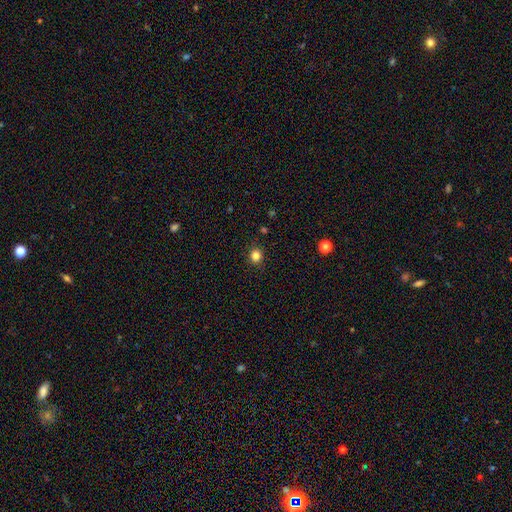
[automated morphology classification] smooth 83%, star or artifact 13%, featured or disk 4%. Down the decision tree: how rounded — round (86%); merging — none (90%).